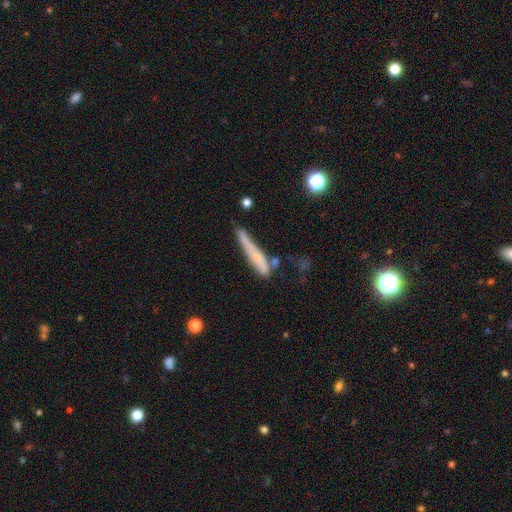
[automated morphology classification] Smooth or featured: smooth — 52% (featured or disk — 39%)
How rounded: cigar-shaped — 91% (in between — 7%)
Merging: none — 43% (minor disturbance — 28%)